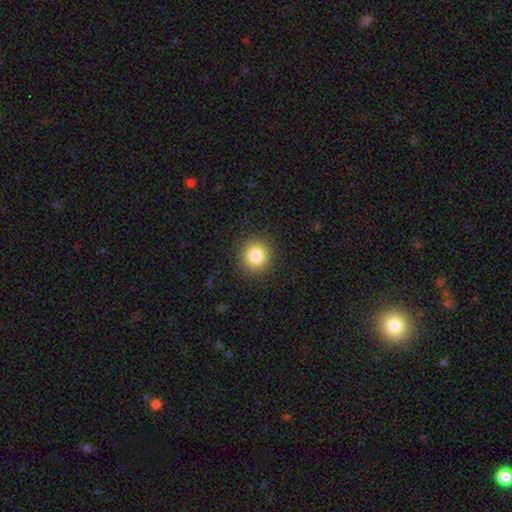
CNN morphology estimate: smooth_or_featured: smooth (p=0.83) [alt: star or artifact p=0.10]
how_rounded: round (p=0.91) [alt: in between p=0.09]
merging: none (p=0.90) [alt: minor disturbance p=0.07]